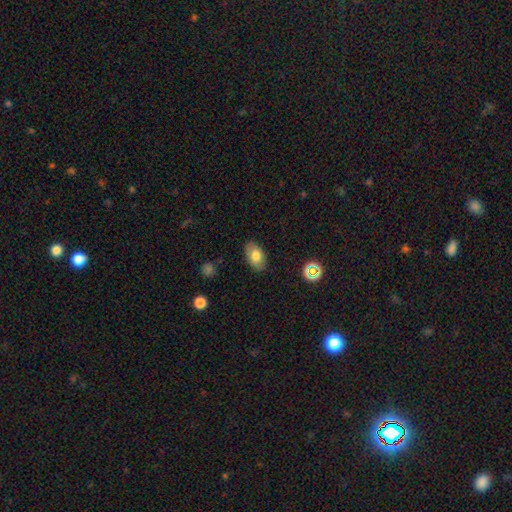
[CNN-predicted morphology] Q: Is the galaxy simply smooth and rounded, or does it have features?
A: smooth — 77%.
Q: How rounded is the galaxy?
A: in between — 92%.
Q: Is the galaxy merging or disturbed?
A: none — 86%.